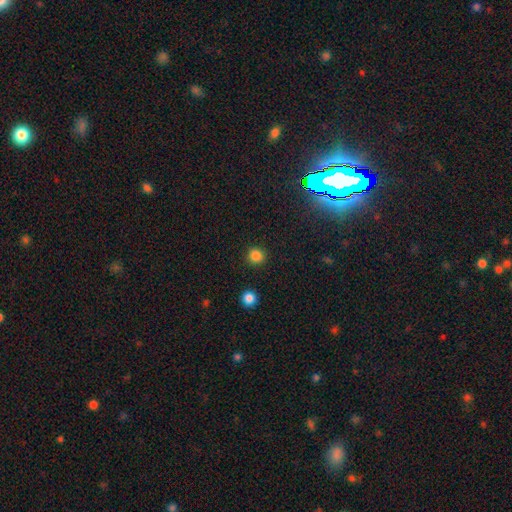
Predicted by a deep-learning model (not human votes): smooth-or-featured: smooth: 83% | star or artifact: 13% | featured or disk: 3%
  how-rounded: round: 92% | in between: 7% | cigar-shaped: 1%
  merging: none: 90% | minor disturbance: 6% | major disturbance: 2% | merger: 2%